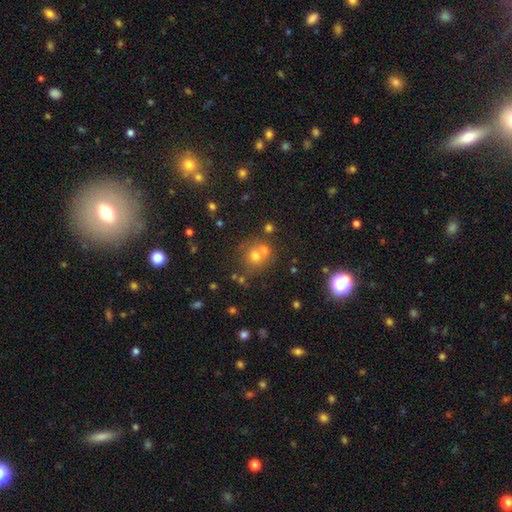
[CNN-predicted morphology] smooth 63%, star or artifact 20%, featured or disk 18%. Down the decision tree: how rounded — round (84%); merging — none (49%).